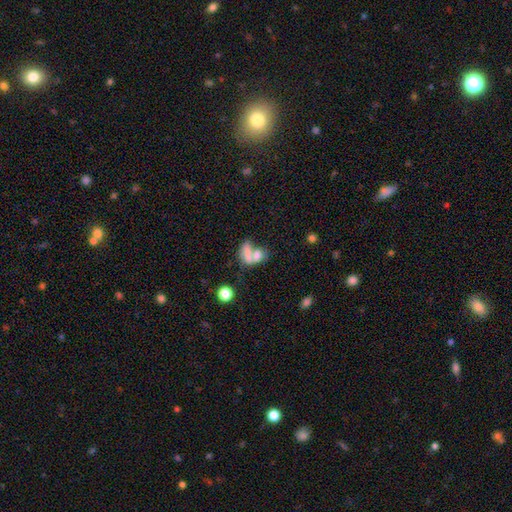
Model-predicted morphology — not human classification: Overall: smooth (68%). How rounded: in between (67%). Merging: merger (60%; none 23%).